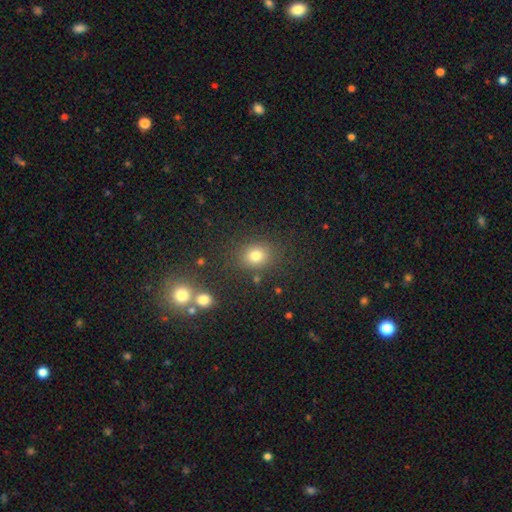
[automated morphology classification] smooth_or_featured: smooth (p=0.77) [alt: star or artifact p=0.16]
how_rounded: round (p=0.62) [alt: in between p=0.37]
merging: none (p=0.81) [alt: minor disturbance p=0.10]